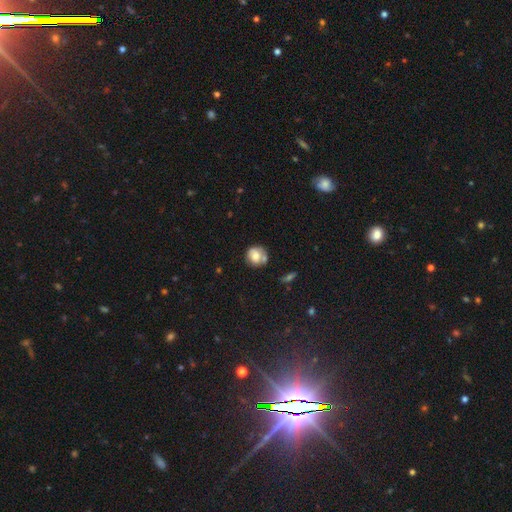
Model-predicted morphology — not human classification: Overall: smooth (68%). How rounded: round (83%). Merging: none (54%; minor disturbance 22%).